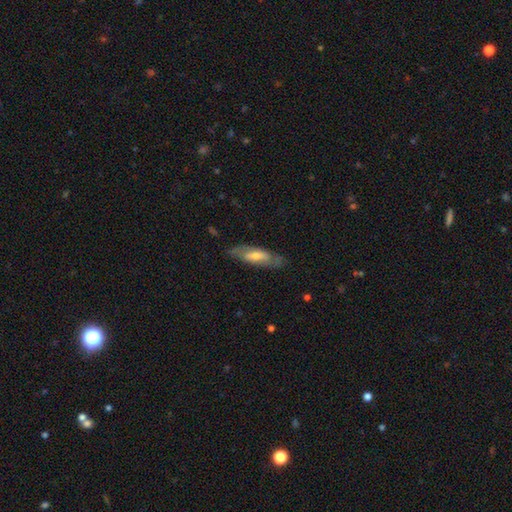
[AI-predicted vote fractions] The model was most divided on "smooth or featured": featured or disk: 53%, smooth: 41%, star or artifact: 6%. More confident: merging — none (77%); edge-on disk — no (66%).